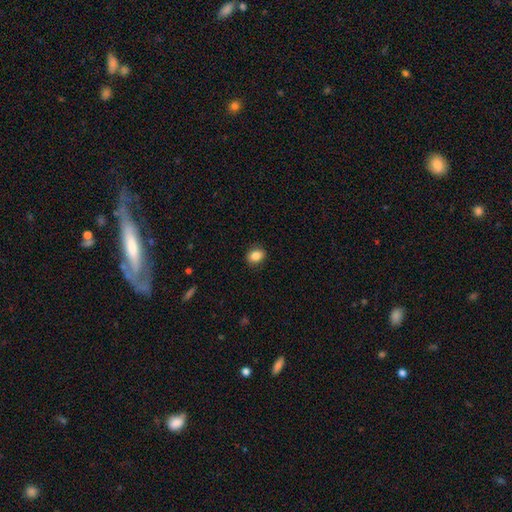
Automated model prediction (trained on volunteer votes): Morphology: type=smooth (86%); roundness=in between (53%); merging=none (88%).